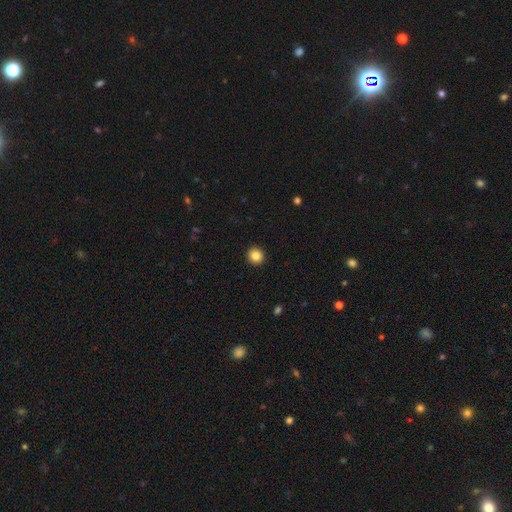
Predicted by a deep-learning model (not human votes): Q: Smooth or featured?
A: smooth (85%); runner-up: star or artifact (10%)
Q: How rounded?
A: round (93%); runner-up: in between (6%)
Q: Merging?
A: none (93%); runner-up: minor disturbance (4%)